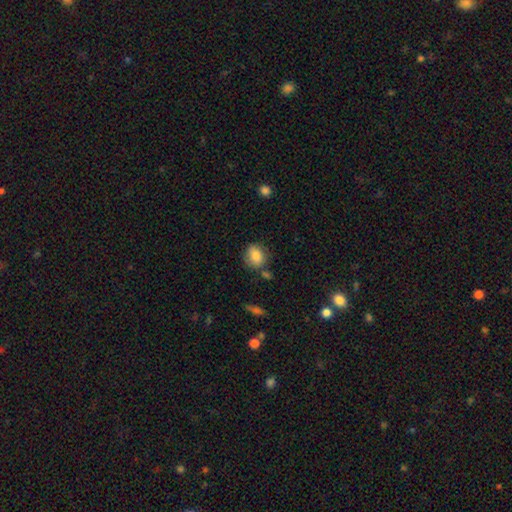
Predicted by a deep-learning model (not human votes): This is clearly a smooth galaxy (81%). How rounded: likely round (63%). Merging: likely none (72%).